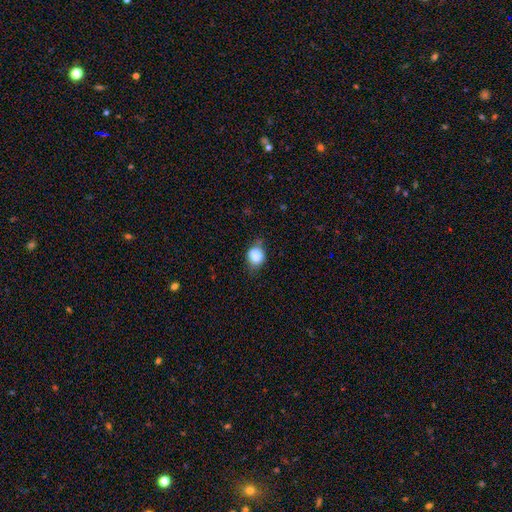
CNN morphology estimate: Smooth or featured? smooth (82%)
How rounded? round (69%)
Merging? none (69%)